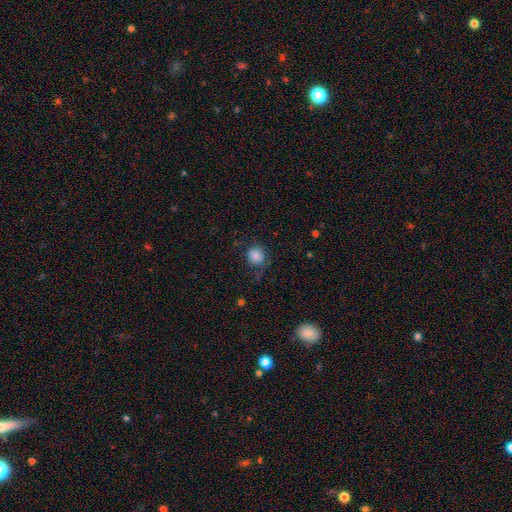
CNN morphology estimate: The model was most divided on "merging": none: 67%, minor disturbance: 22%, major disturbance: 10%, merger: 2%. More confident: smooth or featured — smooth (84%); how rounded — round (76%).